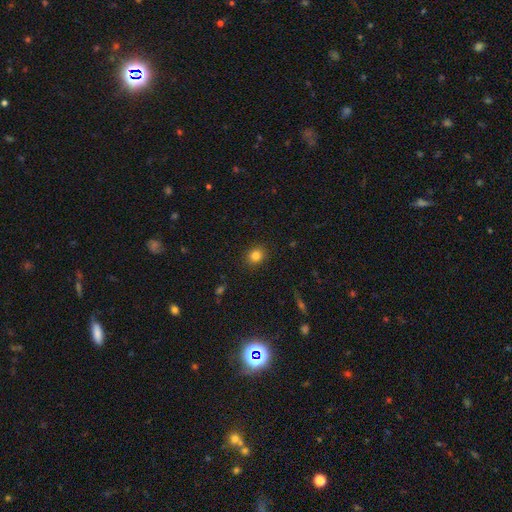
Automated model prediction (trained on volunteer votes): Smooth or featured? smooth (83%)
How rounded? round (75%)
Merging? none (90%)